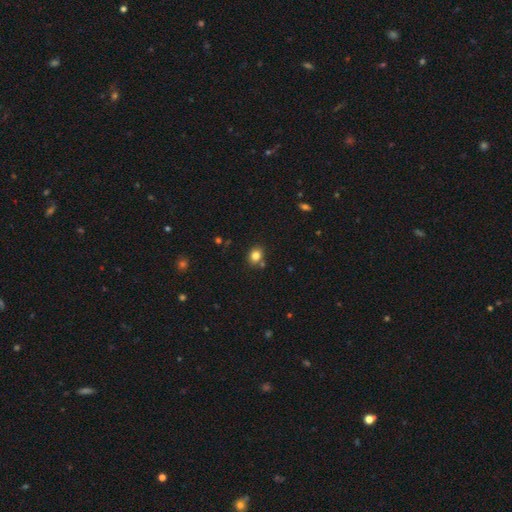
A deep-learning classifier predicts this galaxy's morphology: The model was most divided on "how rounded": round: 59%, in between: 40%, cigar-shaped: 1%. More confident: smooth or featured — smooth (82%); merging — none (76%).